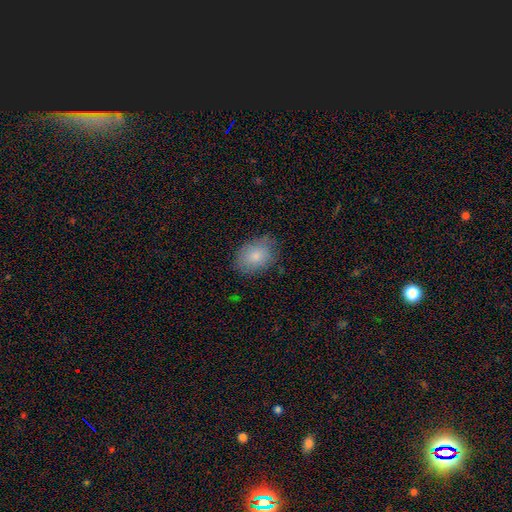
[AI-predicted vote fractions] This is clearly a smooth galaxy (82%). How rounded: likely in between (75%). Merging: likely none (77%).